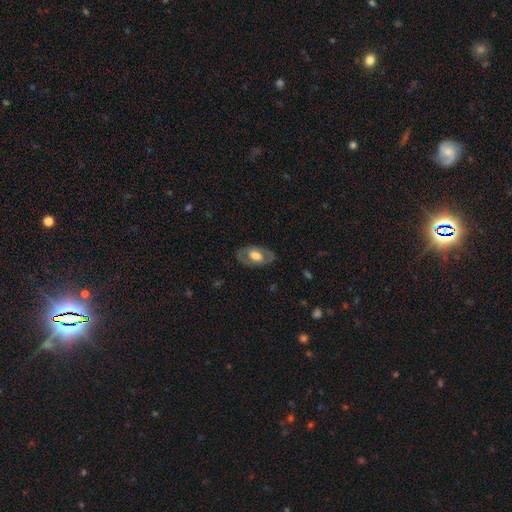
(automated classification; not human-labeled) This is possibly a featured or disk galaxy (51%). It is clearly not viewed edge-on (89%). Merging: likely none (79%).